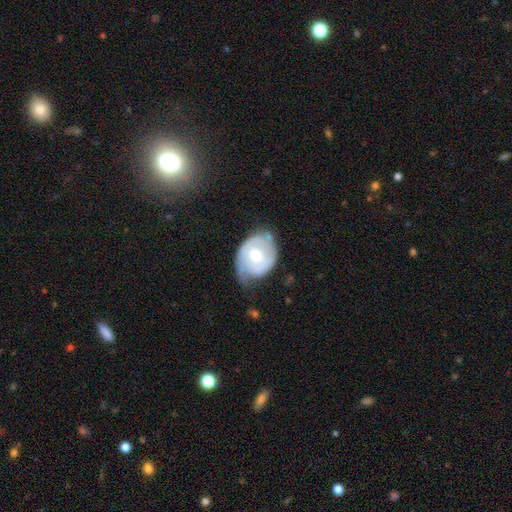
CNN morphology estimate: This appears to be a featured or disk galaxy (72%) with no bar (62%), 2 (55%) tight (54%) spiral arms (83%) and a moderate central bulge (68%). Merging: none (50%).